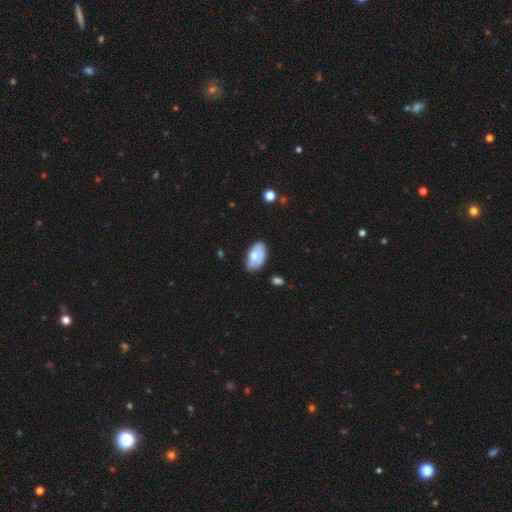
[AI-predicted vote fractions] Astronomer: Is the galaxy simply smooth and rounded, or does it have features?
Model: smooth — 60%.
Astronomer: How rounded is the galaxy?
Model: in between — 93%.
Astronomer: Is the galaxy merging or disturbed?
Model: none — 62%.